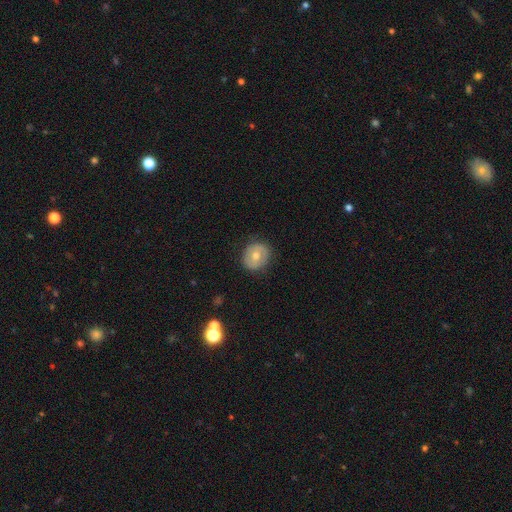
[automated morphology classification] Smooth or featured? smooth (56%)
How rounded? round (76%)
Merging? none (85%)